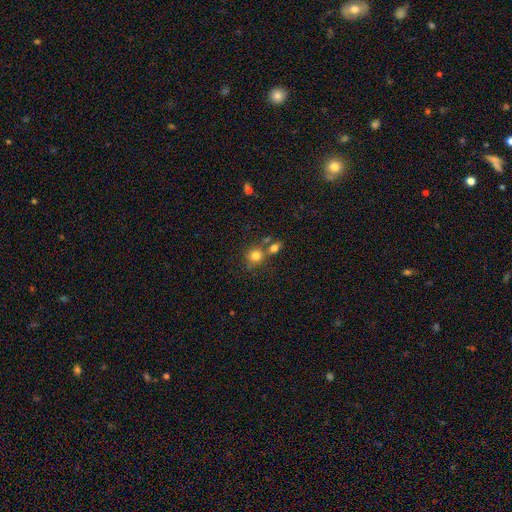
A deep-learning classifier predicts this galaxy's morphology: A smooth galaxy with no disk features (79%) that is round (84%).

Vote fractions:
- Smooth or featured? smooth: 79% / star or artifact: 12% / featured or disk: 8%
- How rounded? round: 84% / in between: 15% / cigar-shaped: 1%
- Merging? none: 56% / merger: 30% / minor disturbance: 10% / major disturbance: 4%